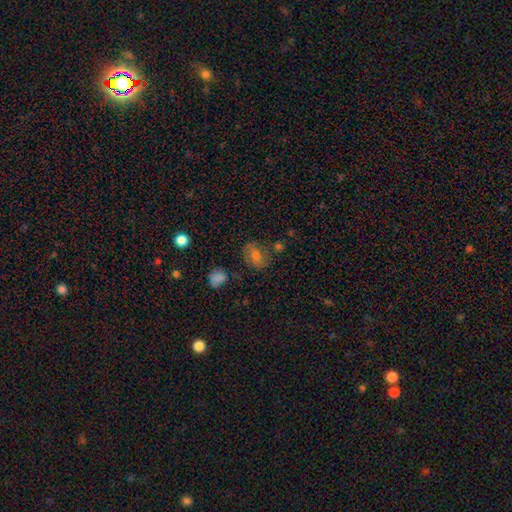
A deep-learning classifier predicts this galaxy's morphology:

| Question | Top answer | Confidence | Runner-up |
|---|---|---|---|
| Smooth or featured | smooth | 58% | featured or disk (26%) |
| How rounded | in between | 57% | round (42%) |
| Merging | none | 71% | minor disturbance (17%) |